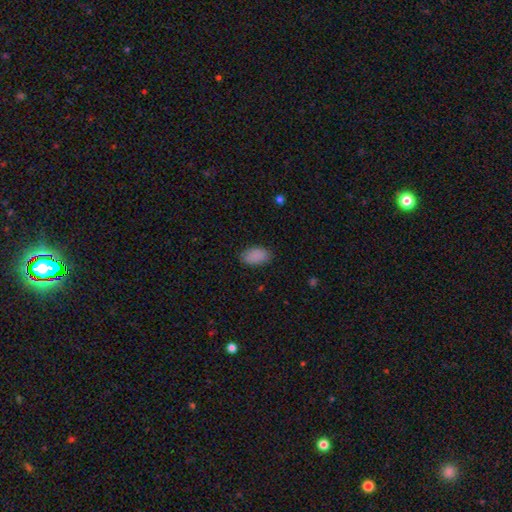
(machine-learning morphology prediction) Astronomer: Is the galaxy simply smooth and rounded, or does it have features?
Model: smooth — 89%.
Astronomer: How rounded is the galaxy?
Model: in between — 93%.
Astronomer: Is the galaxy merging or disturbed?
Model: none — 84%.